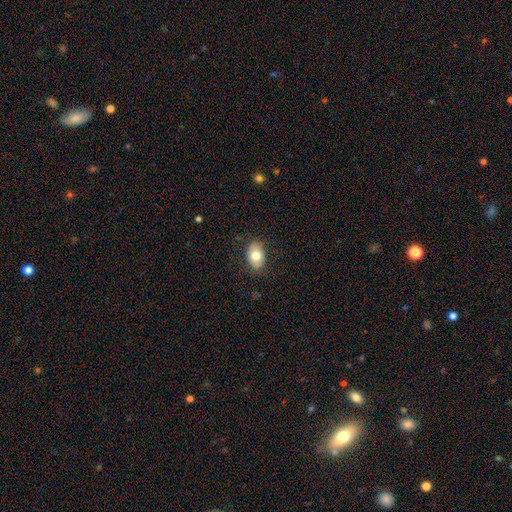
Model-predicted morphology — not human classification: Q: Smooth or featured?
A: smooth (76%); runner-up: featured or disk (16%)
Q: How rounded?
A: in between (83%); runner-up: round (16%)
Q: Merging?
A: none (83%); runner-up: minor disturbance (13%)